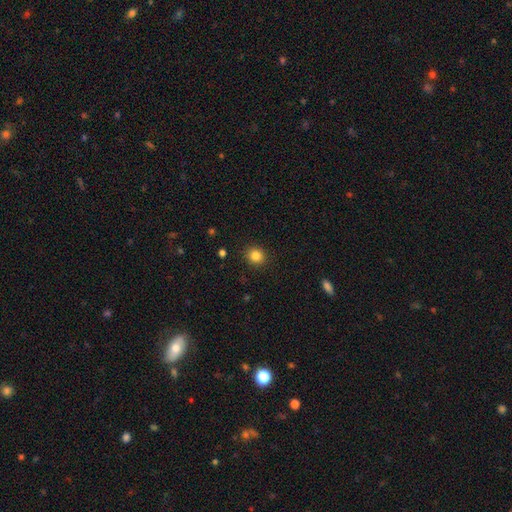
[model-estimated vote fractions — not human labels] smooth-or-featured: smooth: 84% | star or artifact: 11% | featured or disk: 5%
  how-rounded: round: 85% | in between: 14% | cigar-shaped: 1%
  merging: none: 91% | minor disturbance: 6% | major disturbance: 2% | merger: 1%